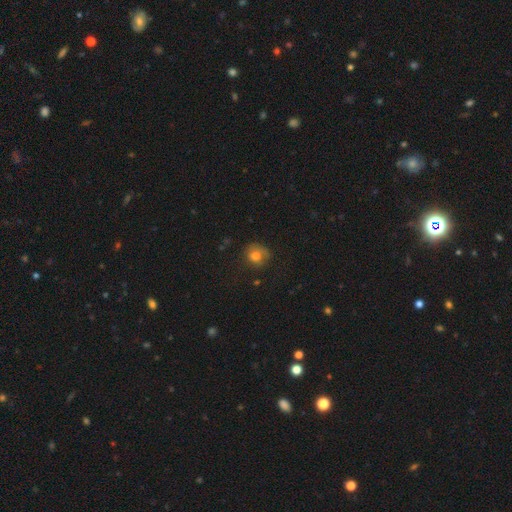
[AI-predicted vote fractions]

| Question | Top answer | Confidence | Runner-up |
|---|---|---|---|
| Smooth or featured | smooth | 76% | featured or disk (12%) |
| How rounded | round | 78% | in between (21%) |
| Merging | none | 61% | minor disturbance (26%) |